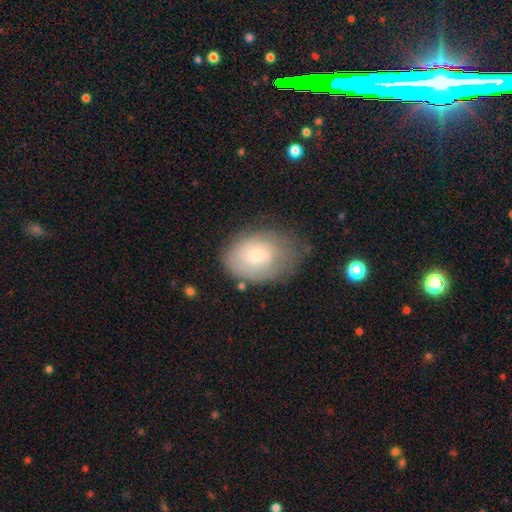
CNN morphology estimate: smooth-or-featured: smooth: 56% | featured or disk: 37% | star or artifact: 7%
  how-rounded: in between: 76% | round: 23% | cigar-shaped: 1%
  merging: none: 54% | minor disturbance: 30% | major disturbance: 13% | merger: 3%